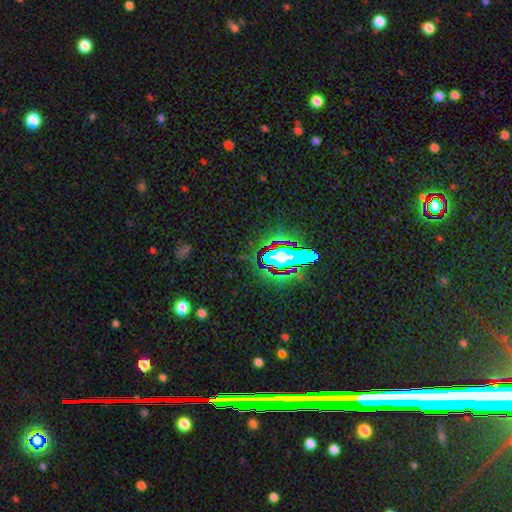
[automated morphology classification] type=star or artifact (79%).